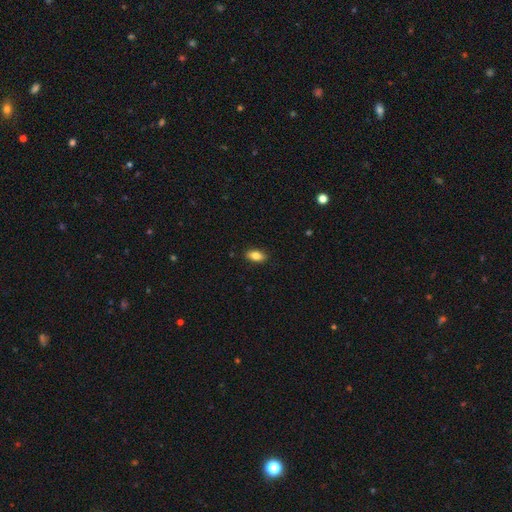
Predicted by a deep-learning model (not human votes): Smooth or featured? smooth (82%)
How rounded? in between (89%)
Merging? none (89%)